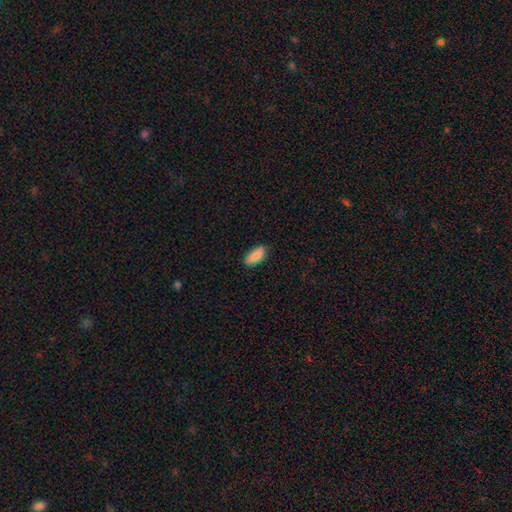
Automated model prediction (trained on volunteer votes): This appears to be a smooth galaxy with no disk features (87%) that is in between round and cigar-shaped (84%). Merging: none (82%).